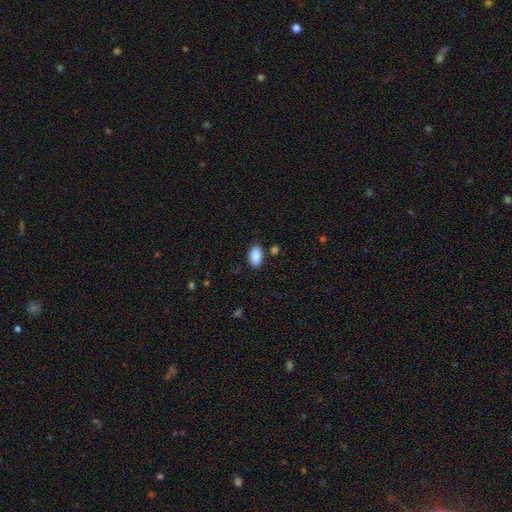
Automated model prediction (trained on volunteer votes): A smooth galaxy with no disk features (89%) that is in between round and cigar-shaped (94%).

Vote fractions:
- Smooth or featured? smooth: 89% / star or artifact: 7% / featured or disk: 4%
- How rounded? in between: 94% / round: 4% / cigar-shaped: 2%
- Merging? none: 83% / minor disturbance: 11% / merger: 3% / major disturbance: 3%